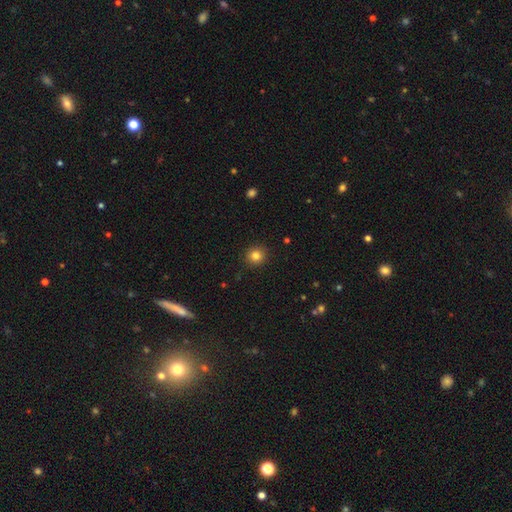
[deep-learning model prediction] smooth_or_featured: smooth (p=0.83) [alt: star or artifact p=0.12]
how_rounded: round (p=0.92) [alt: in between p=0.07]
merging: none (p=0.92) [alt: minor disturbance p=0.06]